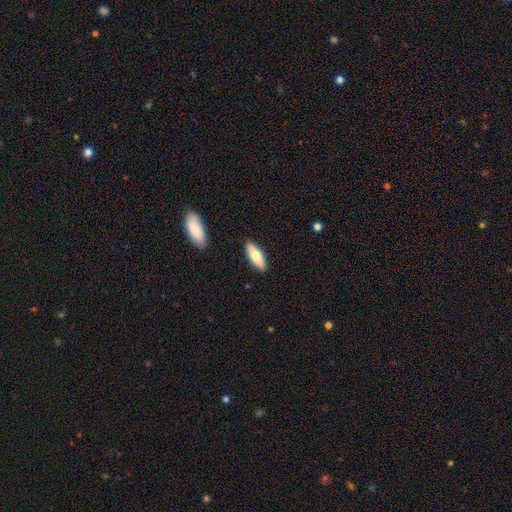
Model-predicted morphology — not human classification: Smooth or featured? Predicted: smooth (p=0.73). How rounded? Predicted: in between (p=0.68). Merging? Predicted: none (p=0.88).